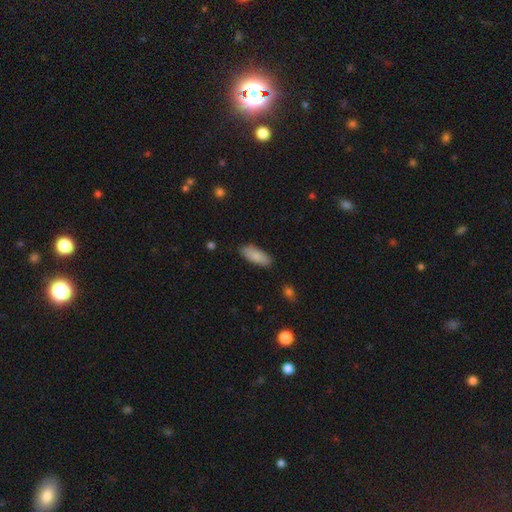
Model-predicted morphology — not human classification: A smooth galaxy with no disk features (86%) that is in between round and cigar-shaped (75%).

Vote fractions:
- Smooth or featured? smooth: 86% / featured or disk: 8% / star or artifact: 6%
- How rounded? in between: 75% / cigar-shaped: 23% / round: 2%
- Merging? none: 84% / minor disturbance: 12% / major disturbance: 2% / merger: 2%